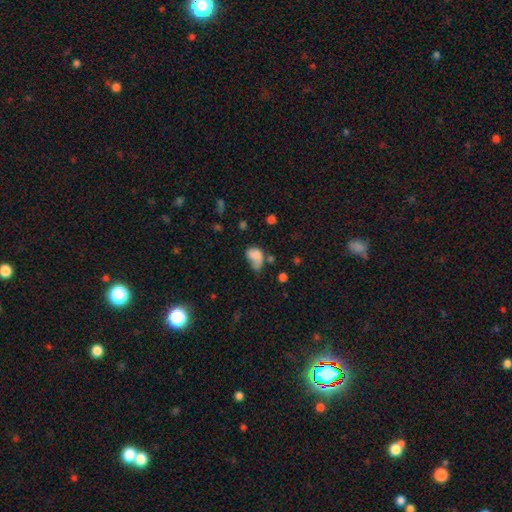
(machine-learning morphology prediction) type=smooth (69%); roundness=in between (75%); merging=minor disturbance (32%, tied with major disturbance).